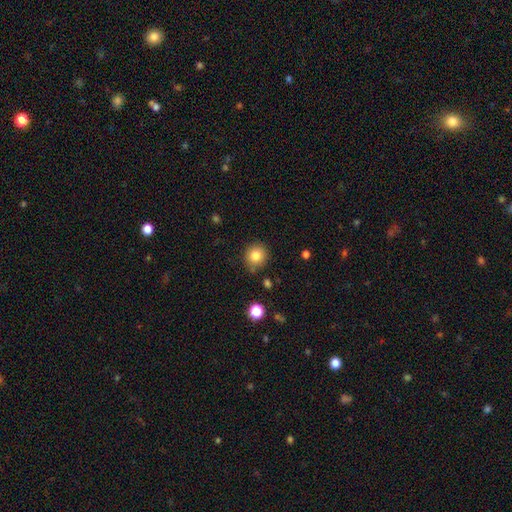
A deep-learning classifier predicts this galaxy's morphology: Smooth or featured: smooth — 82% (star or artifact — 11%)
How rounded: round — 88% (in between — 12%)
Merging: none — 82% (minor disturbance — 12%)